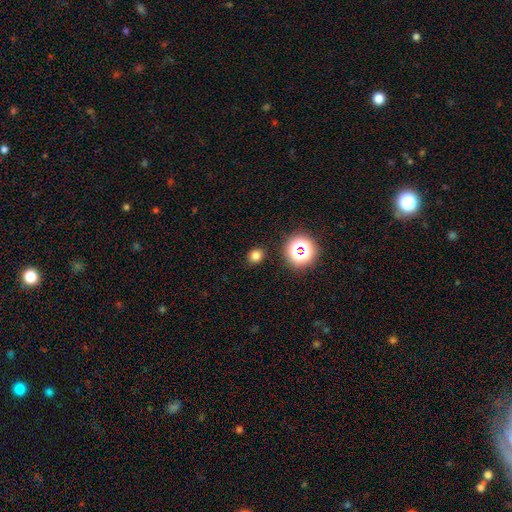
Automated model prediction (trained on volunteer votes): smooth-or-featured: smooth: 75% | star or artifact: 20% | featured or disk: 5%
  how-rounded: round: 74% | in between: 25% | cigar-shaped: 1%
  merging: none: 88% | minor disturbance: 7% | major disturbance: 3% | merger: 2%